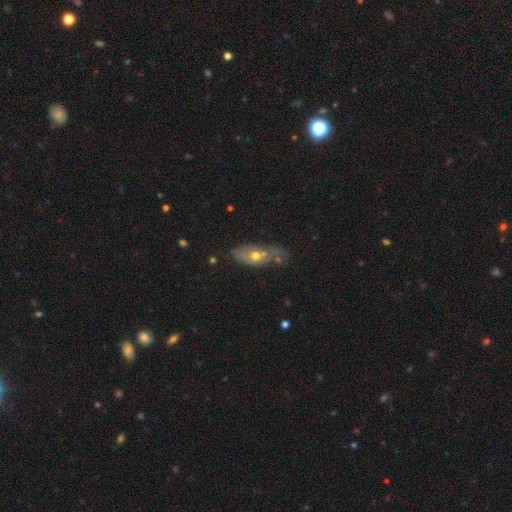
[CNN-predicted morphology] A smooth galaxy with no disk features (50%).

Vote fractions:
- Smooth or featured? smooth: 50% / featured or disk: 42% / star or artifact: 8%
- Merging? none: 39% / minor disturbance: 27% / merger: 20% / major disturbance: 14%